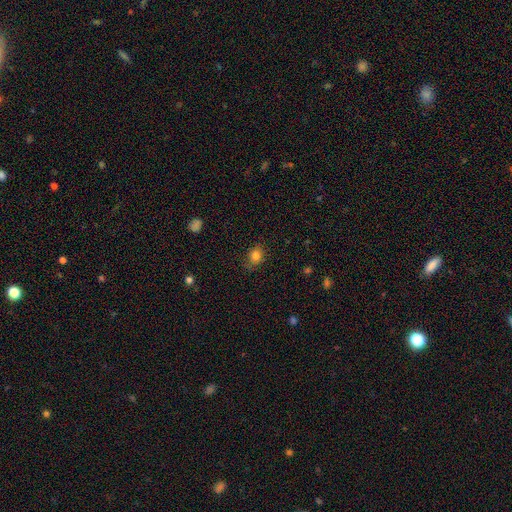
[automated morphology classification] The model was most divided on "how rounded": round: 55%, in between: 44%, cigar-shaped: 1%. More confident: smooth or featured — smooth (82%); merging — none (78%).